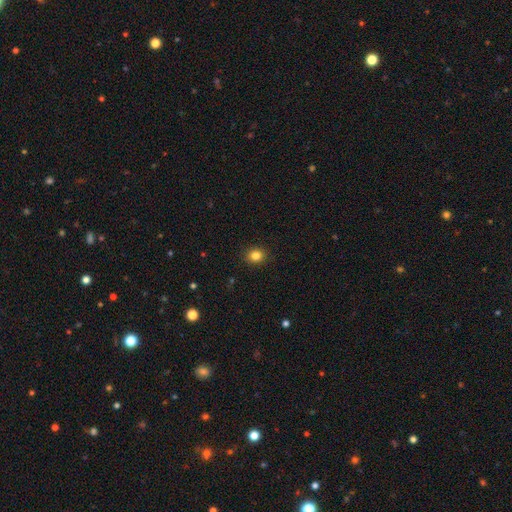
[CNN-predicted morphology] This is clearly a smooth galaxy (83%). How rounded: likely round (70%). Merging: clearly none (90%).